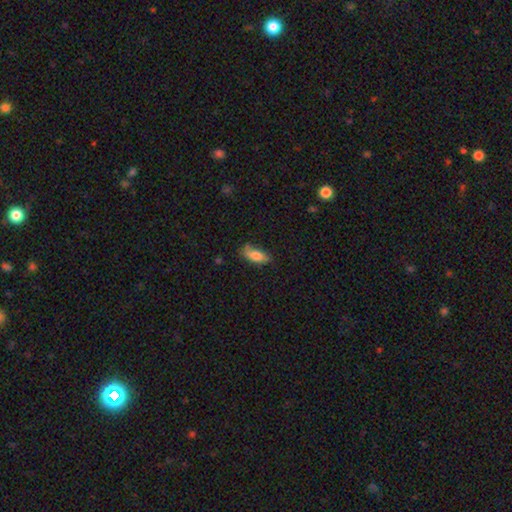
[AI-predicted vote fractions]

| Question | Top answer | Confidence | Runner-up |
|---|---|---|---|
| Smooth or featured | smooth | 79% | featured or disk (14%) |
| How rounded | in between | 77% | cigar-shaped (21%) |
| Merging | none | 65% | minor disturbance (27%) |